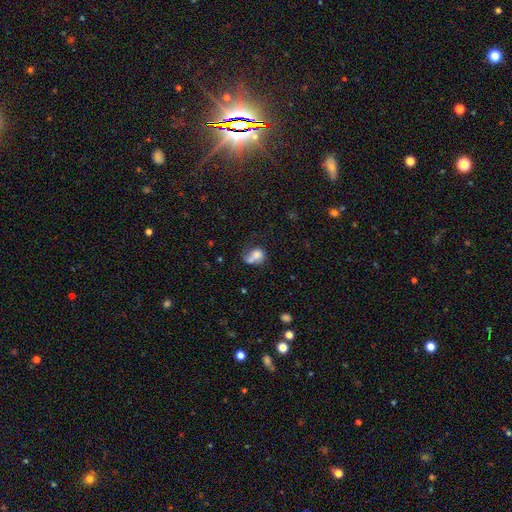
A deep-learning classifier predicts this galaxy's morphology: This appears to be a smooth galaxy with no disk features (65%) that is in between round and cigar-shaped (64%). Merging: none (28%).